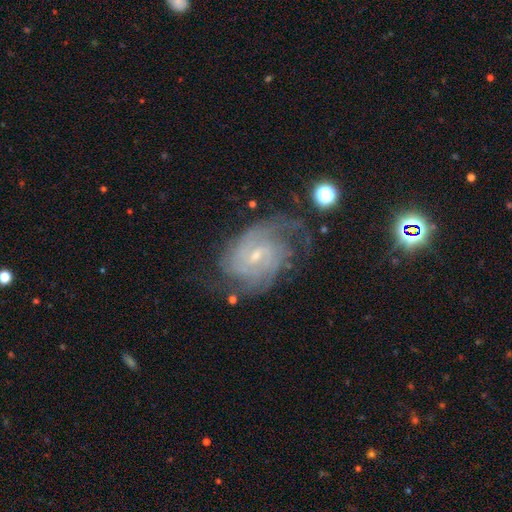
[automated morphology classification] Smooth or featured? featured or disk (87%)
Edge-on disk? no (97%)
Bar? weak (48%)
Spiral arms? yes (96%)
Spiral winding? tight (59%)
Spiral arm count? can't tell (32%)
Bulge size? small (73%)
Merging? none (63%)